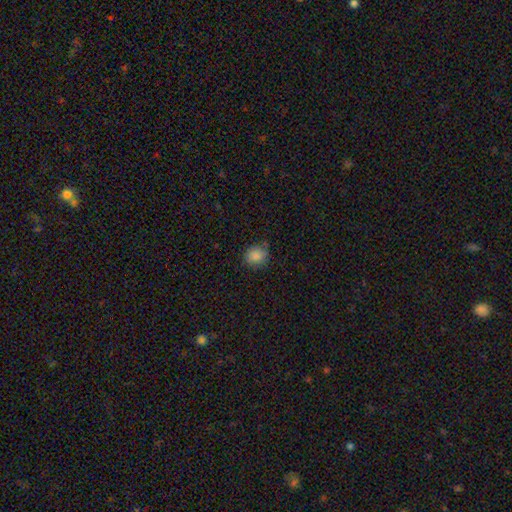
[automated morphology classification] This appears to be a smooth galaxy with no disk features (85%) that is round (71%). Merging: none (73%).